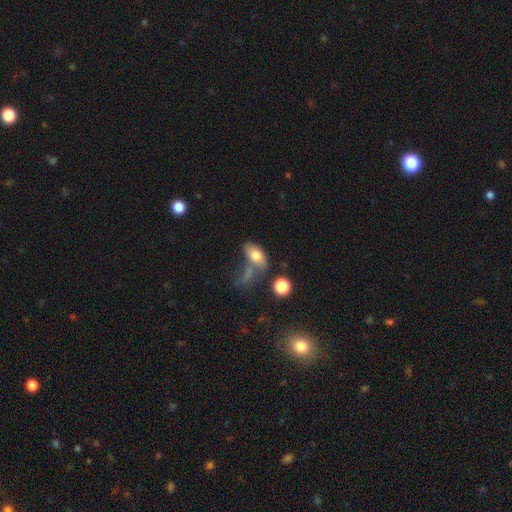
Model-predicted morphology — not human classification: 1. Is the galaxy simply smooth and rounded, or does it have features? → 75% smooth, 16% featured or disk, 9% star or artifact.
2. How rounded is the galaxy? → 87% in between, 9% round, 4% cigar-shaped.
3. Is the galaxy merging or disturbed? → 37% none, 32% merger, 17% minor disturbance, 14% major disturbance.